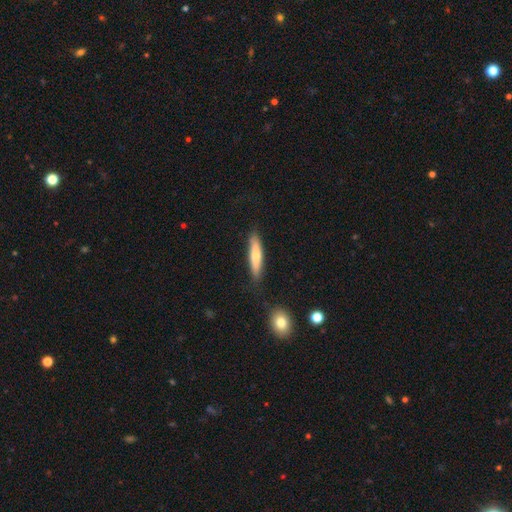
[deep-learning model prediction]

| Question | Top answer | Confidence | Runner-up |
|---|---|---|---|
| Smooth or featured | smooth | 63% | featured or disk (31%) |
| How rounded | cigar-shaped | 83% | in between (15%) |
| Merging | none | 83% | minor disturbance (12%) |